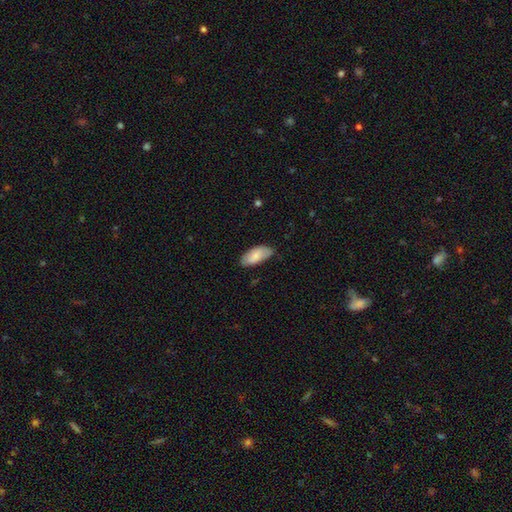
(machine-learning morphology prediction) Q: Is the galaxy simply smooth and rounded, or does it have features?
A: smooth — 79%.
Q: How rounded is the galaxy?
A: in between — 91%.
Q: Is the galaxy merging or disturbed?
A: none — 71%.